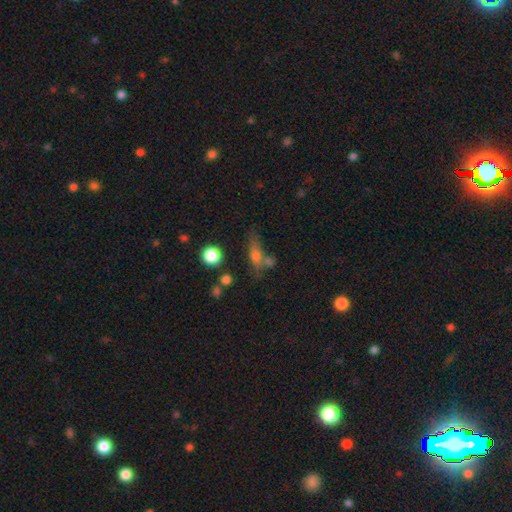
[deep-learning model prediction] The model was most divided on "how rounded": in between: 49%, cigar-shaped: 35%, round: 16%. Remaining: smooth or featured — smooth (62%); merging — none (46%).